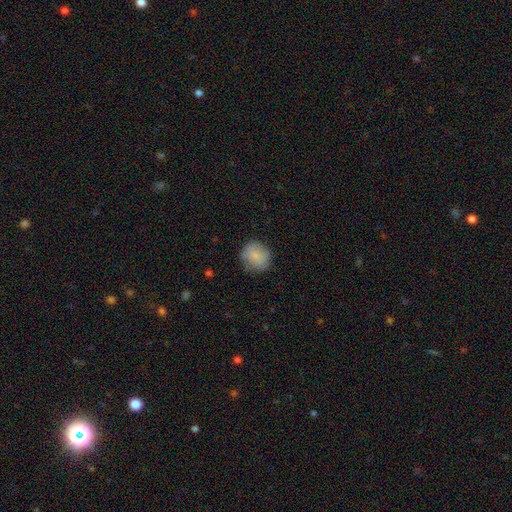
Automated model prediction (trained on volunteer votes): Smooth or featured? smooth (82%)
How rounded? round (78%)
Merging? none (76%)